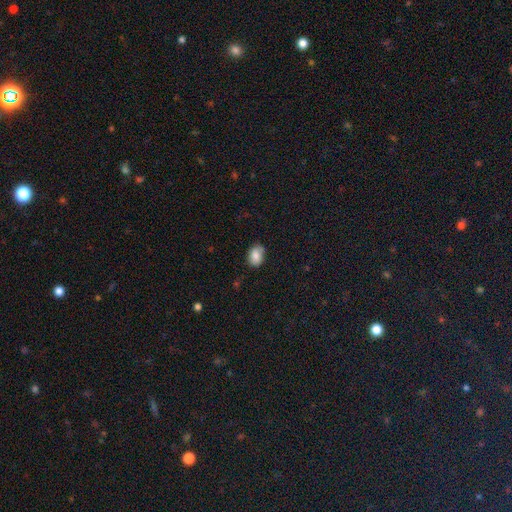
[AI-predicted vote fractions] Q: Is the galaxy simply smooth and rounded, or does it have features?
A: smooth — 83%.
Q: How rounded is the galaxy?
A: in between — 75%.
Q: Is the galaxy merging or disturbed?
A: none — 74%.